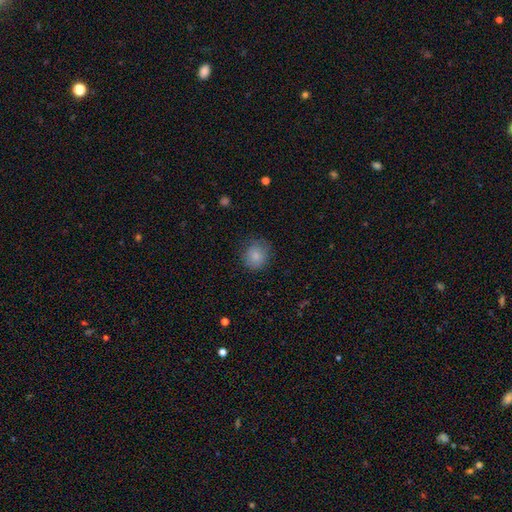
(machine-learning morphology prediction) smooth_or_featured: smooth (p=0.84) [alt: star or artifact p=0.09]
how_rounded: round (p=0.82) [alt: in between p=0.17]
merging: none (p=0.78) [alt: minor disturbance p=0.16]